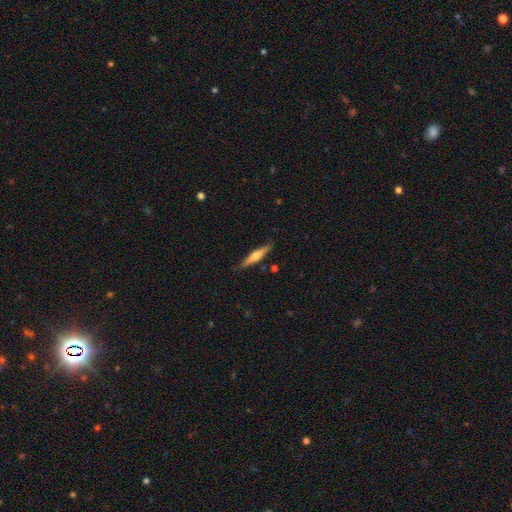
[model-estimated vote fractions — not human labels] Smooth or featured?
  - smooth: 50% *
  - featured or disk: 44%
  - star or artifact: 6%
How rounded?
  - cigar-shaped: 87% *
  - in between: 11%
  - round: 2%
Merging?
  - none: 85% *
  - minor disturbance: 11%
  - major disturbance: 2%
  - merger: 2%